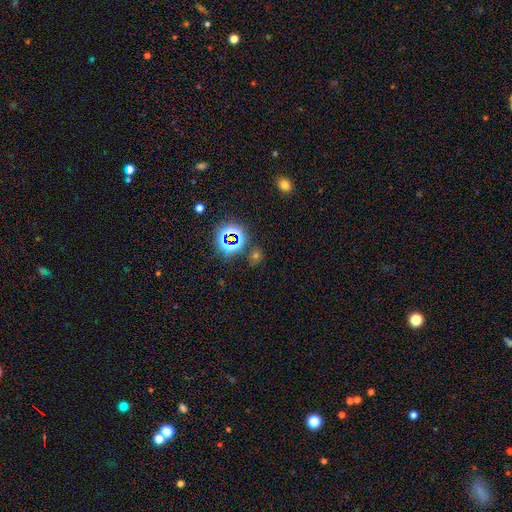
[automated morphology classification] smooth_or_featured: star or artifact (p=0.59) [alt: smooth p=0.32]